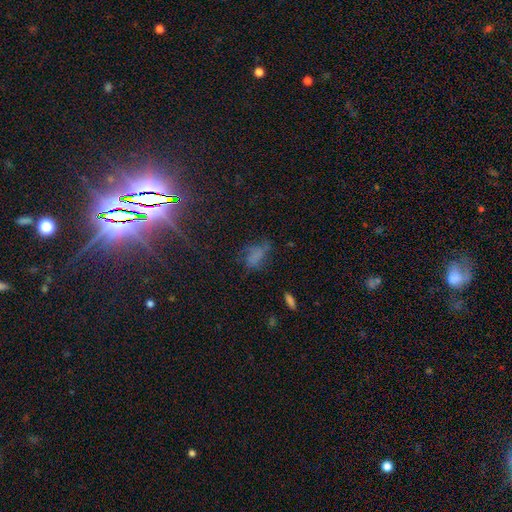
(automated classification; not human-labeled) Smooth or featured?
  - smooth: 49% *
  - featured or disk: 28%
  - star or artifact: 23%
Merging?
  - none: 41% *
  - major disturbance: 29%
  - minor disturbance: 26%
  - merger: 4%